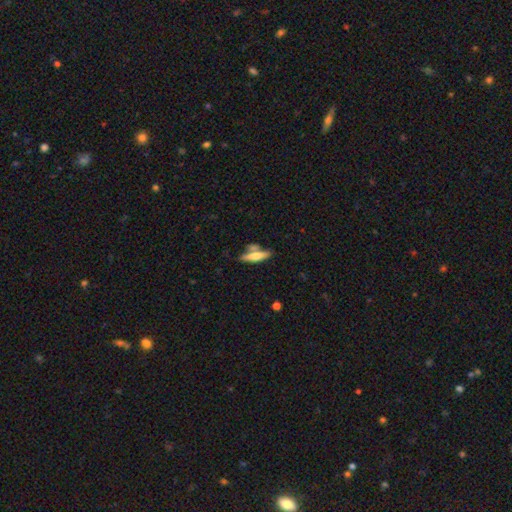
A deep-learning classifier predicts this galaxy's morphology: smooth_or_featured: smooth (p=0.53) [alt: featured or disk p=0.40]
how_rounded: cigar-shaped (p=0.68) [alt: in between p=0.29]
merging: none (p=0.60) [alt: merger p=0.22]